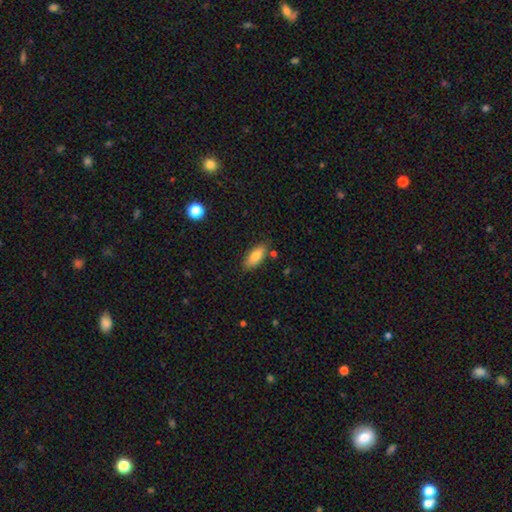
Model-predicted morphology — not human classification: Smooth or featured?
  - smooth: 82% *
  - featured or disk: 11%
  - star or artifact: 7%
How rounded?
  - in between: 83% *
  - cigar-shaped: 14%
  - round: 2%
Merging?
  - none: 80% *
  - minor disturbance: 14%
  - merger: 3%
  - major disturbance: 3%